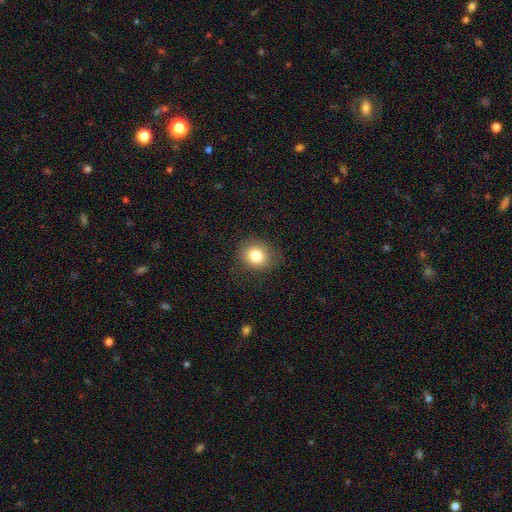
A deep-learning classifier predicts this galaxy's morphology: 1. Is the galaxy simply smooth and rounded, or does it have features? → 82% smooth, 10% star or artifact, 8% featured or disk.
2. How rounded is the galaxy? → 71% round, 28% in between, 1% cigar-shaped.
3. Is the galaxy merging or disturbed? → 86% none, 10% minor disturbance, 3% major disturbance, 1% merger.